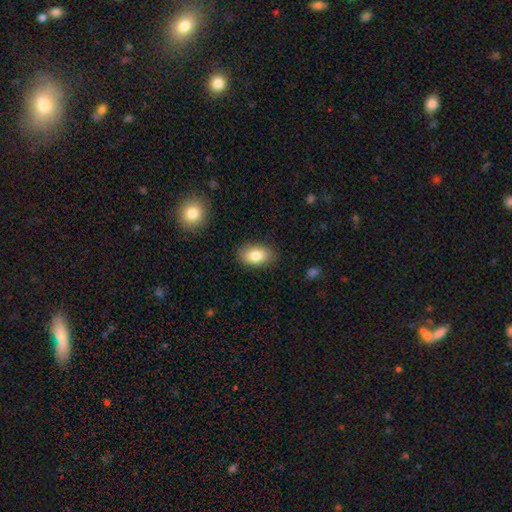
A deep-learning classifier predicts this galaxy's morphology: Smooth or featured: smooth — 84% (featured or disk — 9%)
How rounded: in between — 91% (round — 8%)
Merging: none — 85% (minor disturbance — 11%)